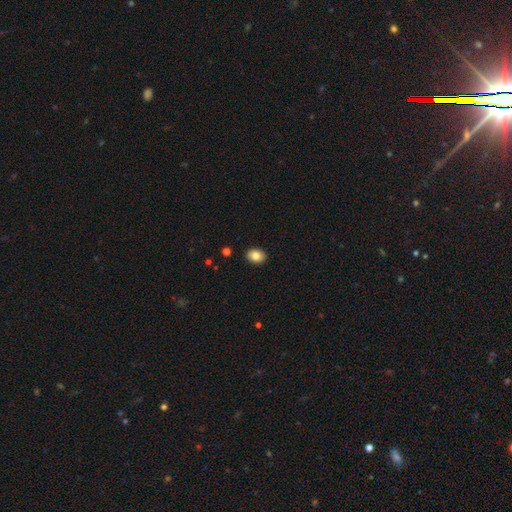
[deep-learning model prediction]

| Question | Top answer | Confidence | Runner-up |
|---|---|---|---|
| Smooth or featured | smooth | 84% | star or artifact (8%) |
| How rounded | in between | 74% | round (25%) |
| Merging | none | 90% | minor disturbance (7%) |